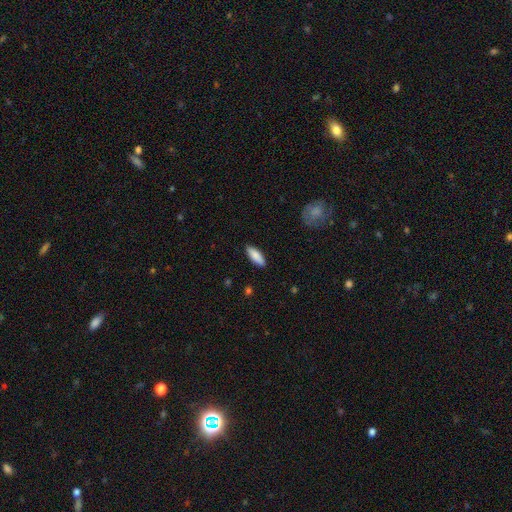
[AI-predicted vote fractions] Smooth or featured?
  - smooth: 85% *
  - featured or disk: 9%
  - star or artifact: 6%
How rounded?
  - in between: 62% *
  - cigar-shaped: 37%
  - round: 2%
Merging?
  - none: 89% *
  - minor disturbance: 8%
  - major disturbance: 2%
  - merger: 1%